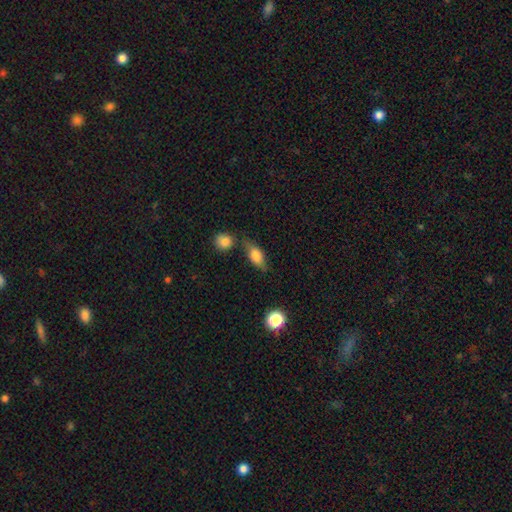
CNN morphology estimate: Q: Smooth or featured?
A: smooth (69%); runner-up: featured or disk (23%)
Q: How rounded?
A: in between (77%); runner-up: cigar-shaped (15%)
Q: Merging?
A: none (61%); runner-up: minor disturbance (20%)